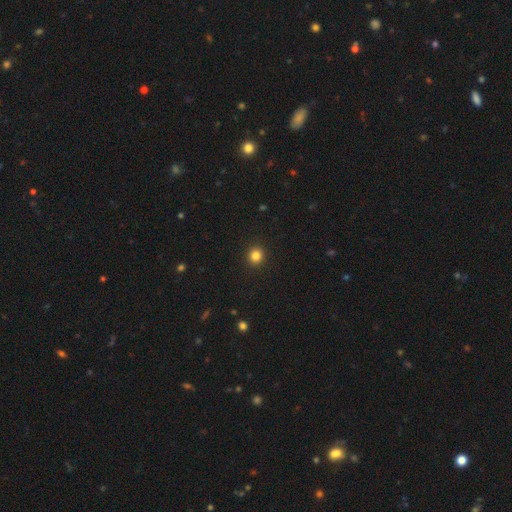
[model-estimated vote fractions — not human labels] This appears to be a smooth galaxy with no disk features (84%) that is round (91%). Merging: none (93%).